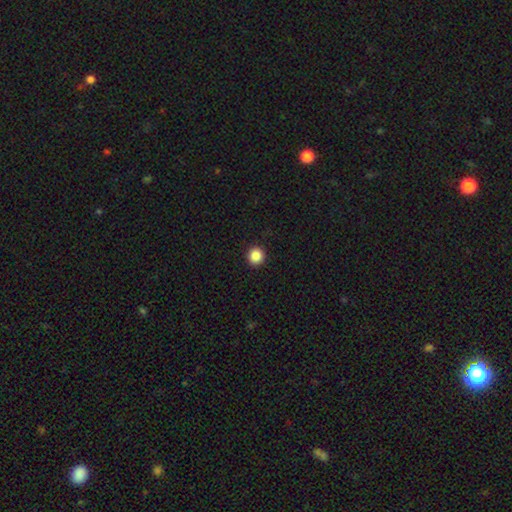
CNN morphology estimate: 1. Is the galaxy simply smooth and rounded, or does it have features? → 87% smooth, 10% star or artifact, 3% featured or disk.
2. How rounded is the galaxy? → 94% round, 5% in between, 1% cigar-shaped.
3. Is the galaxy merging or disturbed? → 93% none, 4% minor disturbance, 2% major disturbance, 1% merger.